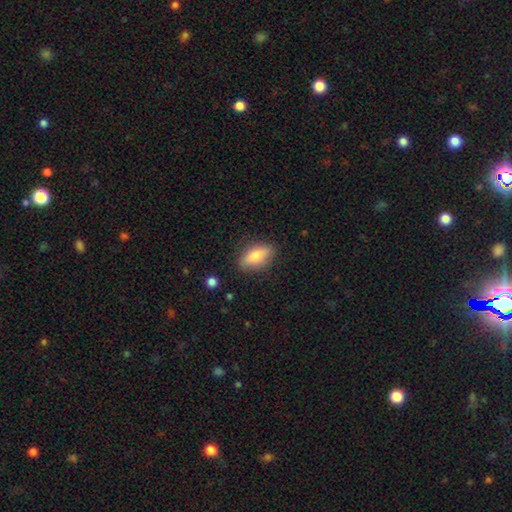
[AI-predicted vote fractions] The model was most divided on "how rounded": in between: 77%, cigar-shaped: 20%, round: 4%. More confident: merging — none (84%); smooth or featured — smooth (75%).